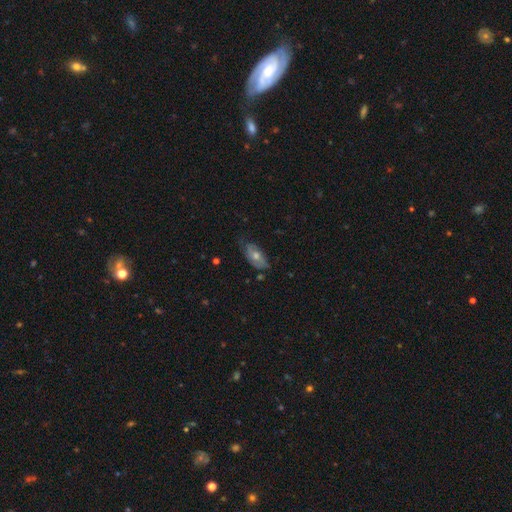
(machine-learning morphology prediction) Overall: featured or disk (53%; smooth 38%). Edge-on disk: no (84%). Merging: none (68%).